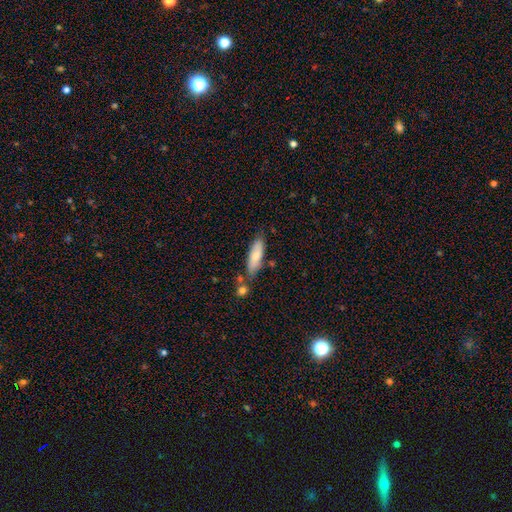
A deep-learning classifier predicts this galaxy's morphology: The model was most divided on "how rounded": in between: 51%, cigar-shaped: 47%, round: 2%. More confident: smooth or featured — smooth (72%); merging — none (69%).